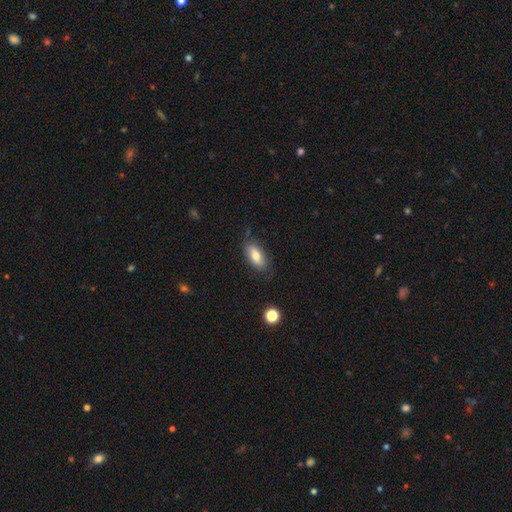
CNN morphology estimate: This is likely a smooth galaxy (76%). How rounded: clearly in between (84%). Merging: likely none (77%).